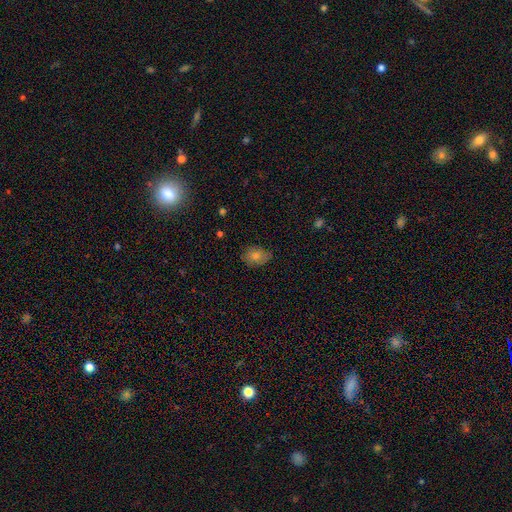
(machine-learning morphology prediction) Q: Smooth or featured?
A: smooth (68%); runner-up: featured or disk (17%)
Q: How rounded?
A: in between (66%); runner-up: round (32%)
Q: Merging?
A: none (71%); runner-up: minor disturbance (23%)